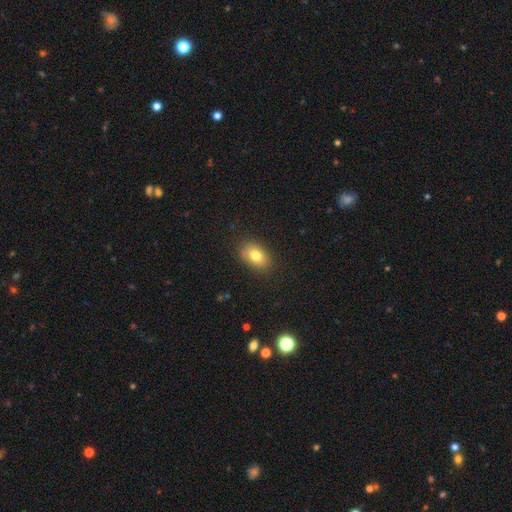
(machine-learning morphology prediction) smooth-or-featured: smooth: 78% | featured or disk: 13% | star or artifact: 9%
  how-rounded: in between: 82% | round: 17% | cigar-shaped: 1%
  merging: none: 84% | minor disturbance: 12% | major disturbance: 3% | merger: 1%